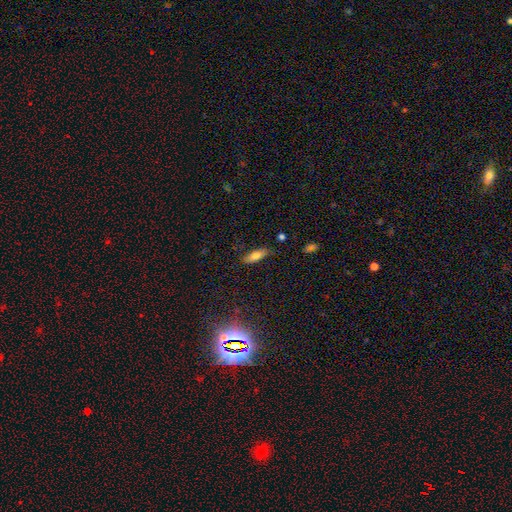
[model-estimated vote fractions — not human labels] The model was most divided on "how rounded": in between: 61%, cigar-shaped: 36%, round: 3%. More confident: merging — none (80%); smooth or featured — smooth (71%).